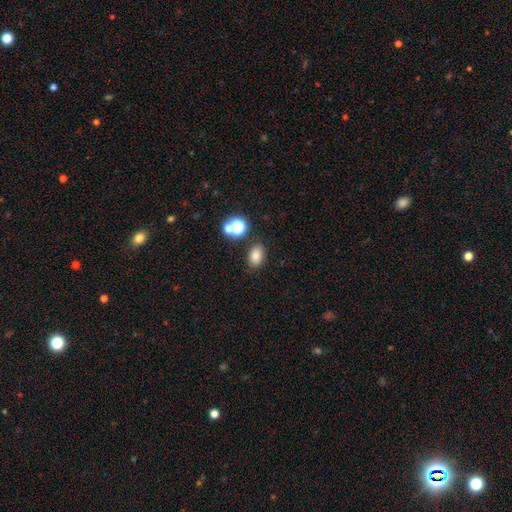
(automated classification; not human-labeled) The model was most divided on "how rounded": in between: 81%, round: 17%, cigar-shaped: 1%. More confident: merging — none (80%); smooth or featured — smooth (79%).